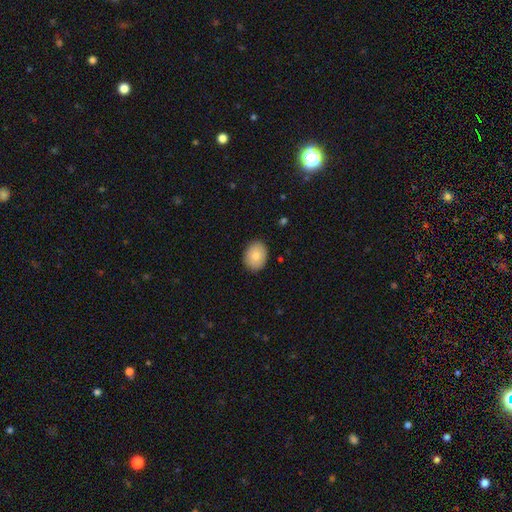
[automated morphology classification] Smooth or featured? Predicted: smooth (p=0.82). How rounded? Predicted: in between (p=0.52). Merging? Predicted: none (p=0.88).